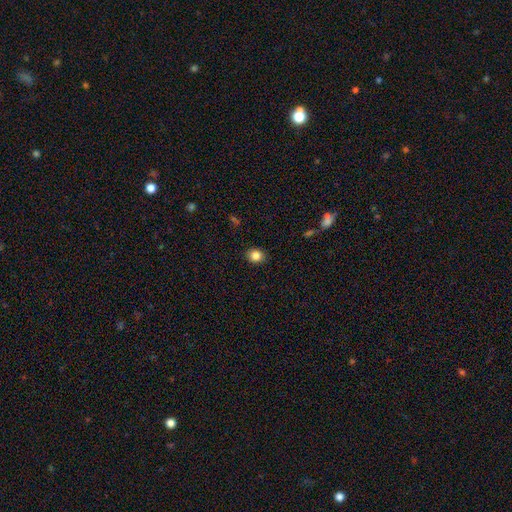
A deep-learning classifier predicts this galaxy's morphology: smooth_or_featured: smooth (p=0.84) [alt: star or artifact p=0.11]
how_rounded: round (p=0.62) [alt: in between p=0.37]
merging: none (p=0.88) [alt: minor disturbance p=0.09]